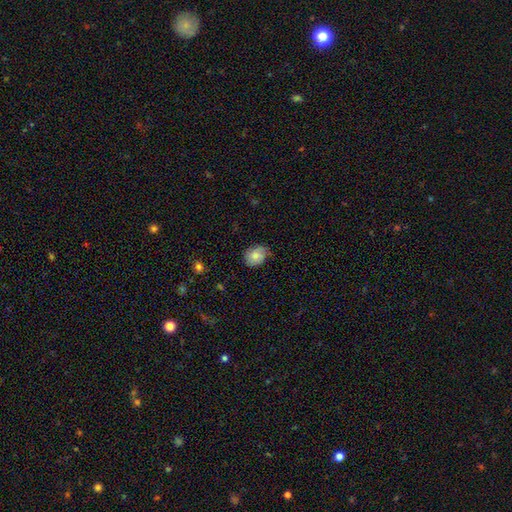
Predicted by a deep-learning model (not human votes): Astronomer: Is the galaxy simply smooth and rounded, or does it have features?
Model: smooth — 77%.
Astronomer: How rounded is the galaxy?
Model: in between — 54% (runner-up: round, 45%).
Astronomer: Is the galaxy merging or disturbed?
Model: none — 69%.